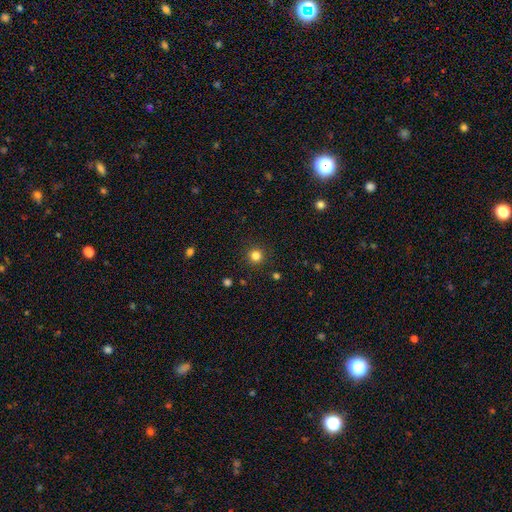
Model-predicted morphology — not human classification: The model was most divided on "smooth or featured": smooth: 82%, star or artifact: 14%, featured or disk: 4%. More confident: how rounded — round (94%); merging — none (91%).